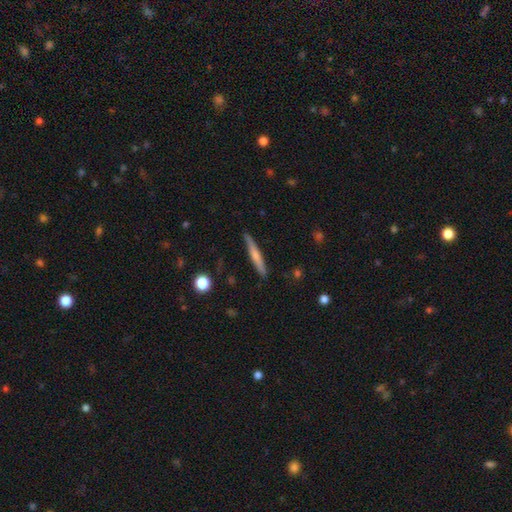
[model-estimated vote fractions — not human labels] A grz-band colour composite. It shows a smooth galaxy with no disk features (53%) that is cigar-shaped (94%). Merging: none (87%).